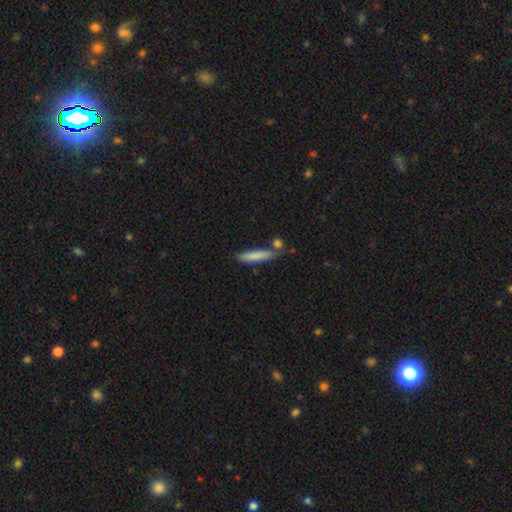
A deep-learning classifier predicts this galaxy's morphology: This is likely a smooth galaxy (80%). How rounded: clearly cigar-shaped (87%). Merging: likely none (73%).